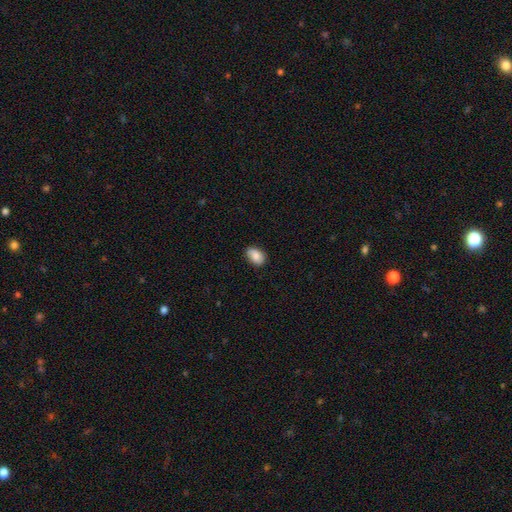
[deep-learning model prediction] Morphology: type=smooth (84%); roundness=in between (84%); merging=none (76%).